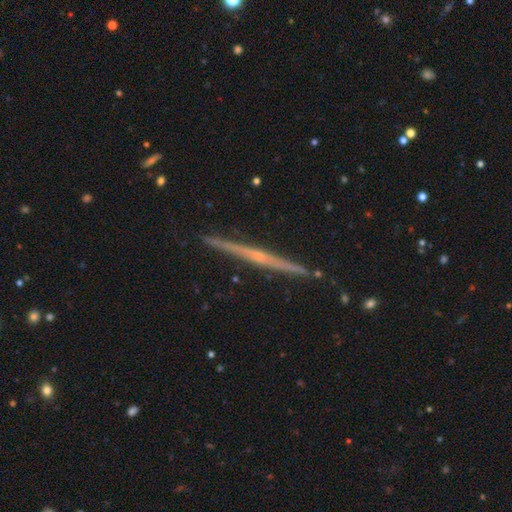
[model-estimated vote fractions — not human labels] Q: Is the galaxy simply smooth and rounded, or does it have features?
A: featured or disk — 82%.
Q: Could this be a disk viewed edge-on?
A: yes — 98%.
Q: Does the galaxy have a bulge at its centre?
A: rounded — 53%.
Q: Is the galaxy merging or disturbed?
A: none — 91%.